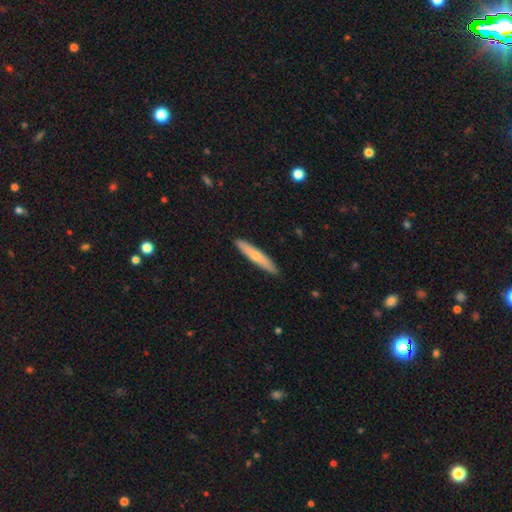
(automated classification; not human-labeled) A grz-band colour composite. It shows a smooth galaxy with no disk features (62%) that is cigar-shaped (93%). Merging: none (90%).